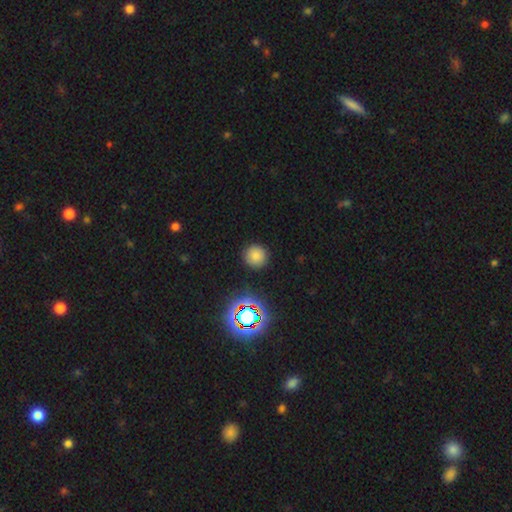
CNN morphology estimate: smooth-or-featured: smooth: 76% | star or artifact: 18% | featured or disk: 6%
  how-rounded: round: 94% | in between: 5% | cigar-shaped: 1%
  merging: none: 90% | minor disturbance: 7% | major disturbance: 2% | merger: 2%